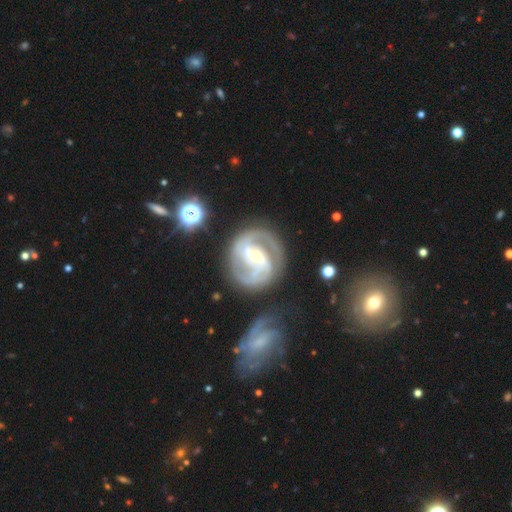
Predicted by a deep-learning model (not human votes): The model was most divided on "bar": weak: 36%, strong: 32%, no: 32%. Remaining: spiral arms — yes (98%); edge-on disk — no (98%); smooth or featured — featured or disk (91%); merging — none (71%); spiral arm count — 2 (63%); bulge size — small (62%); spiral winding — medium (48%).